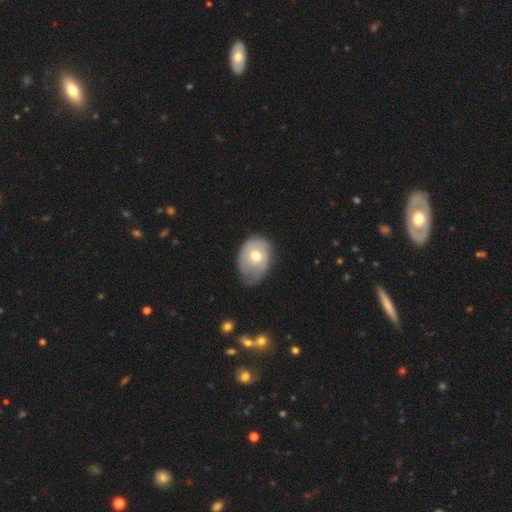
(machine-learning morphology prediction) Q: Smooth or featured?
A: smooth (49%); runner-up: featured or disk (45%)
Q: Merging?
A: minor disturbance (43%); runner-up: none (35%)